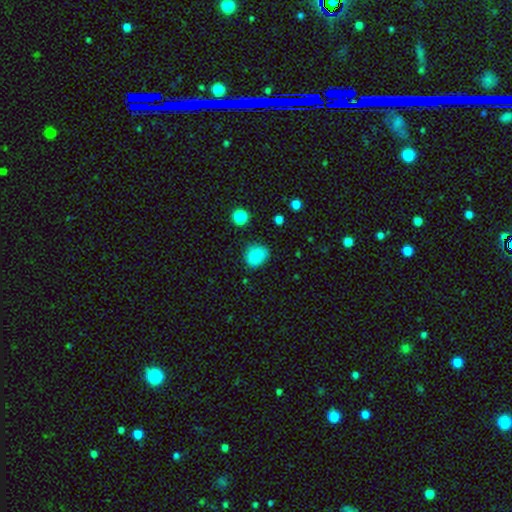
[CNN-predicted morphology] smooth-or-featured: smooth: 83% | star or artifact: 11% | featured or disk: 6%
  how-rounded: round: 56% | in between: 43% | cigar-shaped: 1%
  merging: none: 75% | minor disturbance: 19% | major disturbance: 4% | merger: 2%